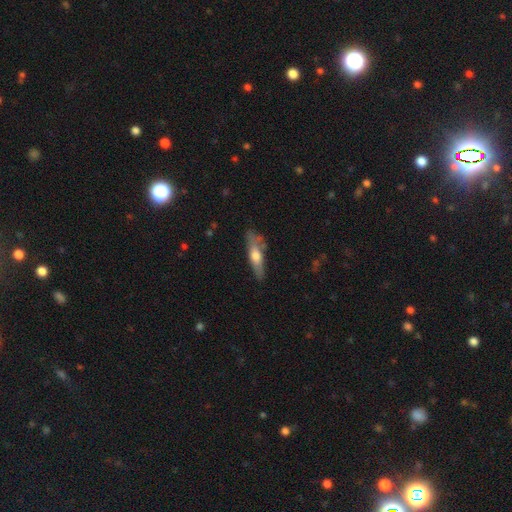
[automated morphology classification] smooth 51%, featured or disk 43%, star or artifact 6%. Down the decision tree: how rounded — cigar-shaped (68%); merging — none (69%).